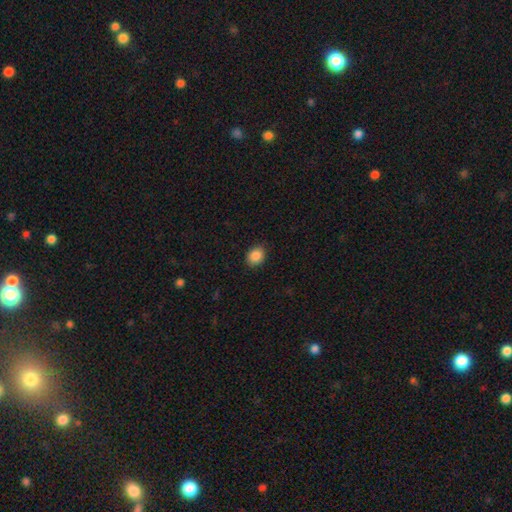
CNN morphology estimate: The model was most divided on "how rounded": in between: 61%, round: 38%, cigar-shaped: 1%. More confident: merging — none (88%); smooth or featured — smooth (88%).